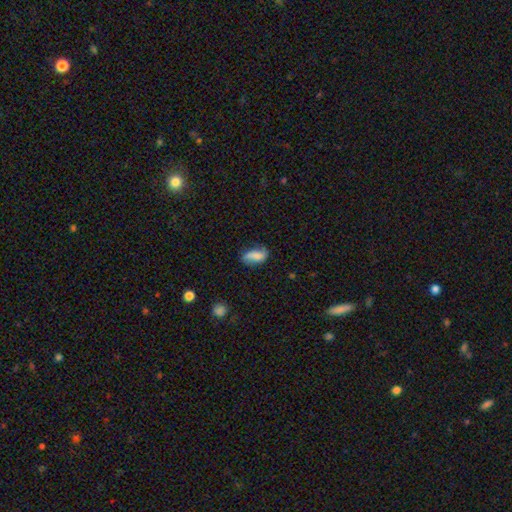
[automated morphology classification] Q: Smooth or featured?
A: smooth (62%); runner-up: featured or disk (29%)
Q: How rounded?
A: in between (87%); runner-up: cigar-shaped (8%)
Q: Merging?
A: none (65%); runner-up: minor disturbance (26%)